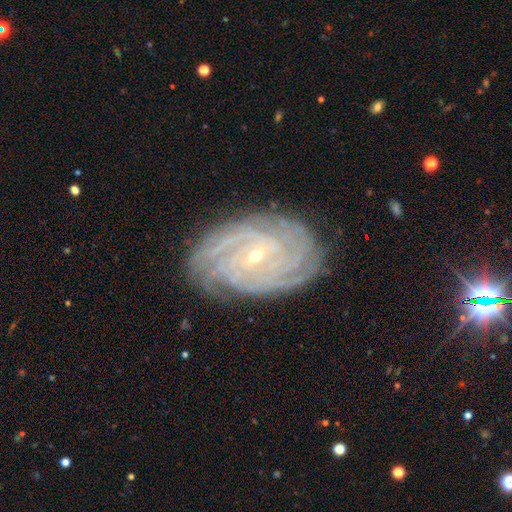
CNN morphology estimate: Q: Smooth or featured?
A: featured or disk (89%); runner-up: star or artifact (6%)
Q: Edge-on disk?
A: no (97%); runner-up: yes (3%)
Q: Bar?
A: no (42%); runner-up: weak (41%)
Q: Spiral arms?
A: yes (98%); runner-up: no (2%)
Q: Spiral winding?
A: tight (83%); runner-up: medium (14%)
Q: Spiral arm count?
A: 4 (25%); runner-up: more than 4 (23%)
Q: Bulge size?
A: small (79%); runner-up: moderate (18%)
Q: Merging?
A: none (84%); runner-up: minor disturbance (12%)